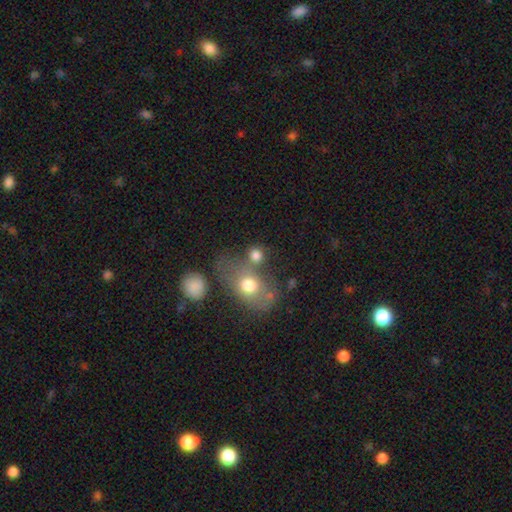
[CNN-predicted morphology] A smooth galaxy with no disk features (75%) that is round (66%). Merging: none (45%).